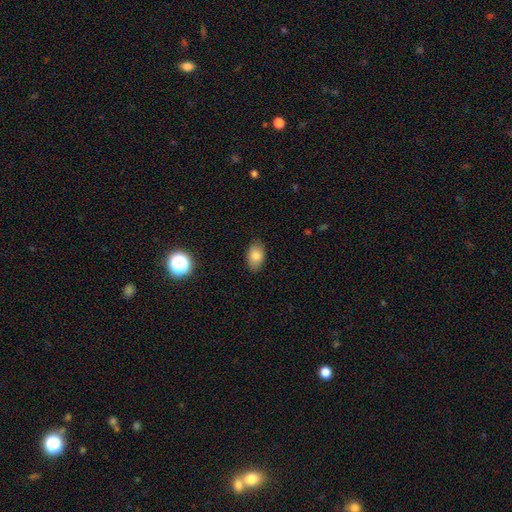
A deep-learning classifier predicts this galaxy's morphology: The model was most divided on "merging": none: 84%, minor disturbance: 13%, major disturbance: 3%, merger: 1%. More confident: how rounded — in between (90%); smooth or featured — smooth (82%).